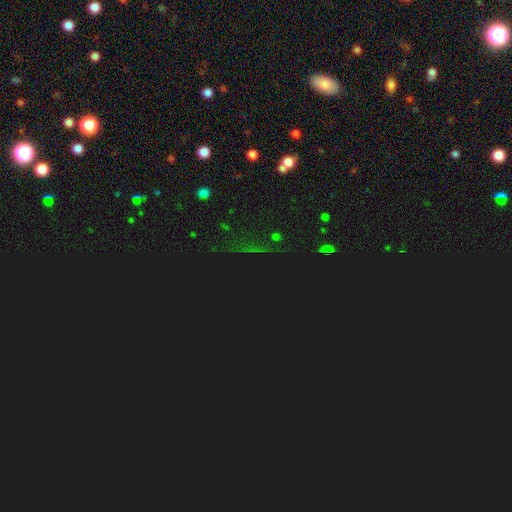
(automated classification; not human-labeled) Overall: star or artifact (78%).